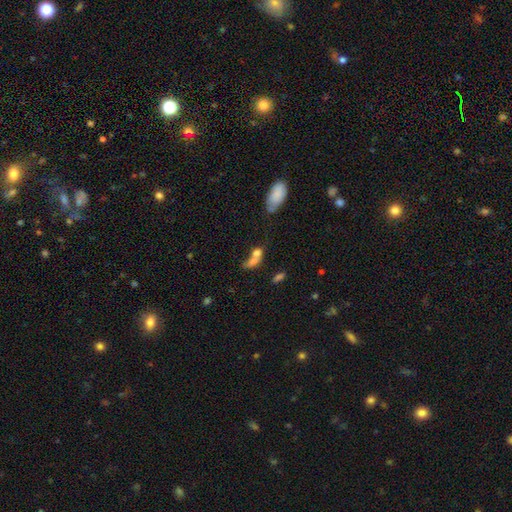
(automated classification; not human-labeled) smooth 69%, featured or disk 19%, star or artifact 13%. Down the decision tree: how rounded — in between (62%); merging — merger (57%).